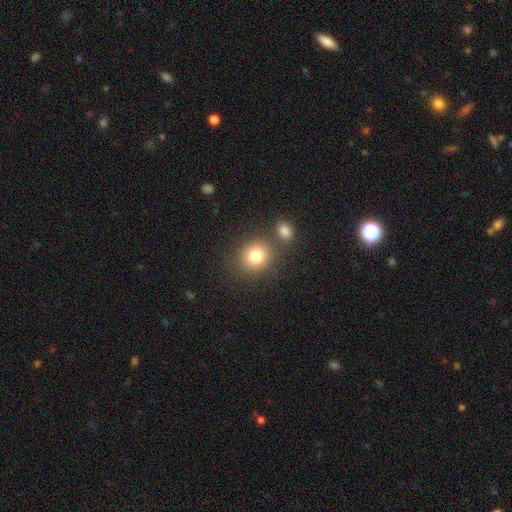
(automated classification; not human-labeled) The model was most divided on "merging": none: 71%, merger: 16%, minor disturbance: 9%, major disturbance: 4%. More confident: smooth or featured — smooth (81%); how rounded — round (79%).